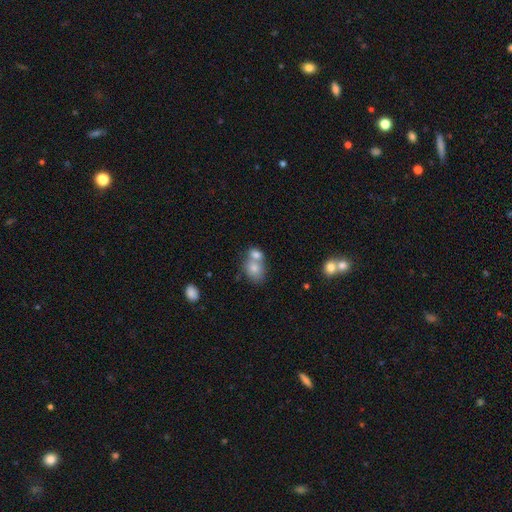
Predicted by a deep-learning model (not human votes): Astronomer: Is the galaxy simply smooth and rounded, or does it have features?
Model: smooth — 76%.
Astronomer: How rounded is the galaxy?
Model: in between — 60% (runner-up: round, 39%).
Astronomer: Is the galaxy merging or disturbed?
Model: merger — 61%.